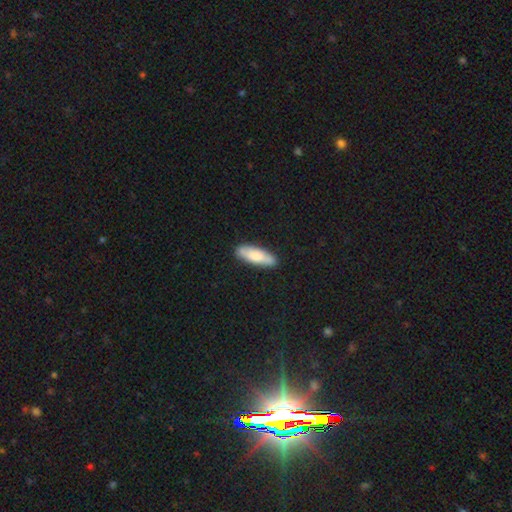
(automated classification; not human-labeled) A smooth galaxy with no disk features (75%) that is cigar-shaped (52%).

Vote fractions:
- Smooth or featured? smooth: 75% / featured or disk: 20% / star or artifact: 5%
- How rounded? cigar-shaped: 52% / in between: 47% / round: 2%
- Merging? none: 87% / minor disturbance: 10% / major disturbance: 2% / merger: 1%